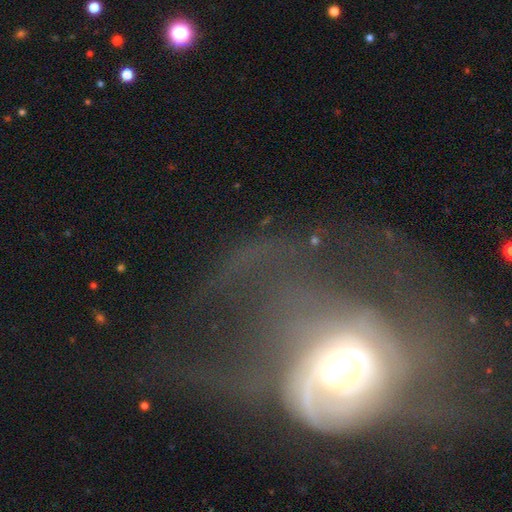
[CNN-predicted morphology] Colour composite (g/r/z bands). It shows a featured or disk galaxy (69%) with no bar (69%), spiral arms (62%) and a moderate central bulge (61%). Merging: major disturbance (51%).